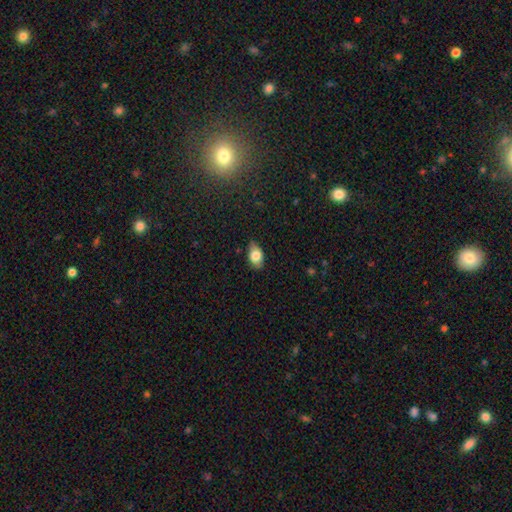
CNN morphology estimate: This appears to be a smooth galaxy with no disk features (77%) that is in between round and cigar-shaped (89%). Merging: none (81%).